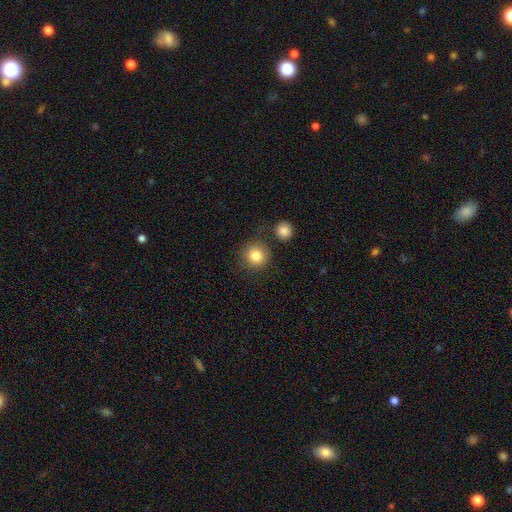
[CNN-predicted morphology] type=smooth (84%); roundness=round (92%); merging=none (79%).